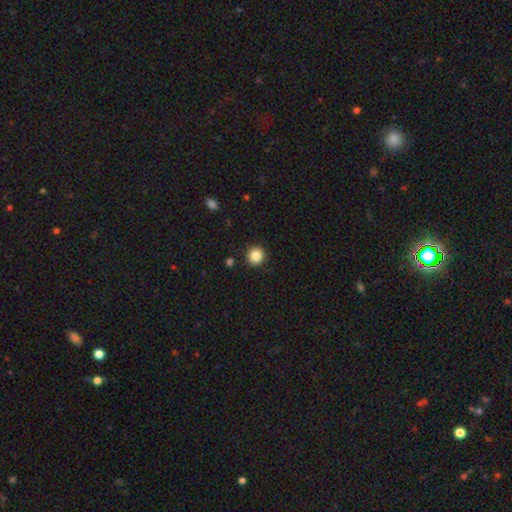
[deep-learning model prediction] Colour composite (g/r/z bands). It shows a smooth galaxy with no disk features (86%) that is round (92%). Merging: none (90%).